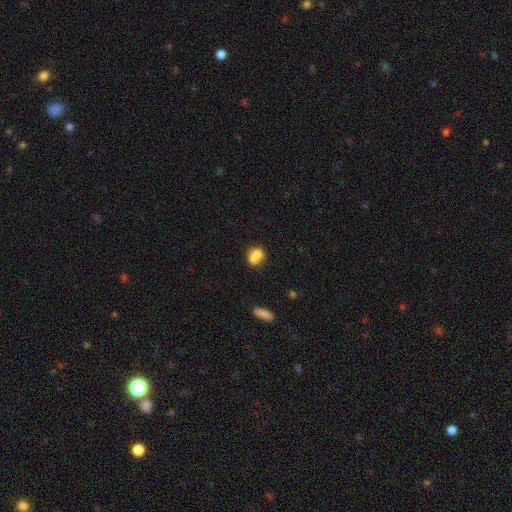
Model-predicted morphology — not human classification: This appears to be a smooth galaxy with no disk features (68%) that is round (64%). Merging: merger (62%).